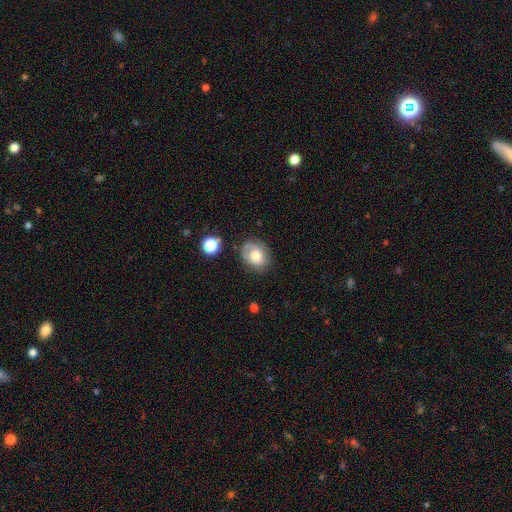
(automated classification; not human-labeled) smooth_or_featured: smooth (p=0.69) [alt: featured or disk p=0.22]
how_rounded: in between (p=0.52) [alt: round p=0.47]
merging: none (p=0.70) [alt: minor disturbance p=0.21]